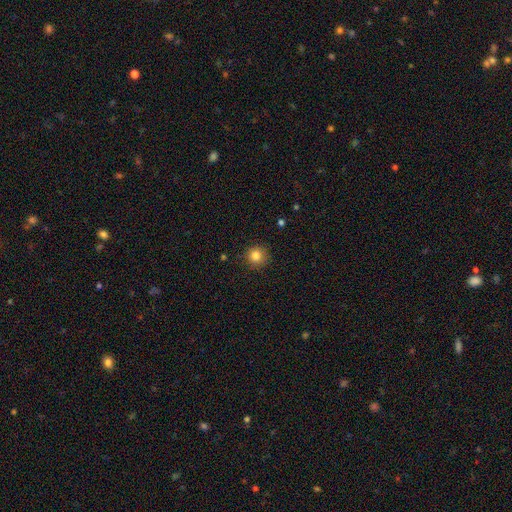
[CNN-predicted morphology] A smooth galaxy with no disk features (83%) that is round (93%). Merging: none (88%).